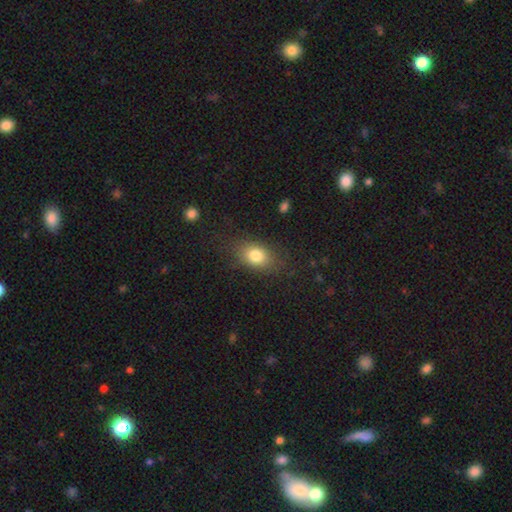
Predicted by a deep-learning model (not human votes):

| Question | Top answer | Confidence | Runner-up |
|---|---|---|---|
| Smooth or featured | smooth | 80% | featured or disk (10%) |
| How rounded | in between | 74% | round (24%) |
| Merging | none | 80% | minor disturbance (13%) |